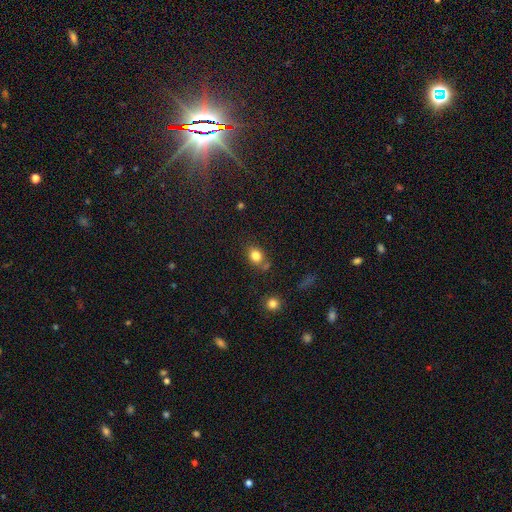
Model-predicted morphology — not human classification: This appears to be a smooth galaxy with no disk features (82%) that is round (51%). Merging: none (69%).